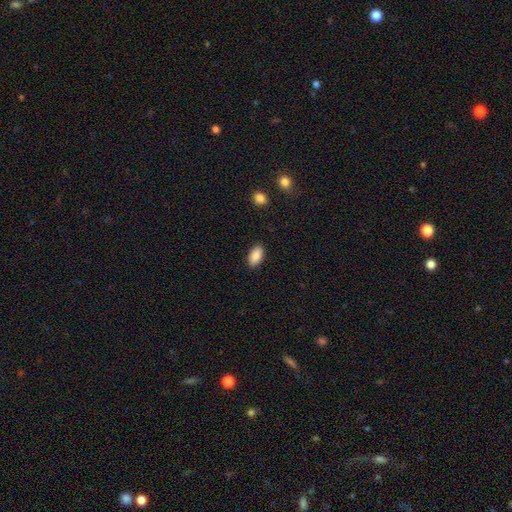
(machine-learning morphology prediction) smooth_or_featured: smooth (p=0.88) [alt: star or artifact p=0.07]
how_rounded: in between (p=0.93) [alt: cigar-shaped p=0.04]
merging: none (p=0.89) [alt: minor disturbance p=0.08]